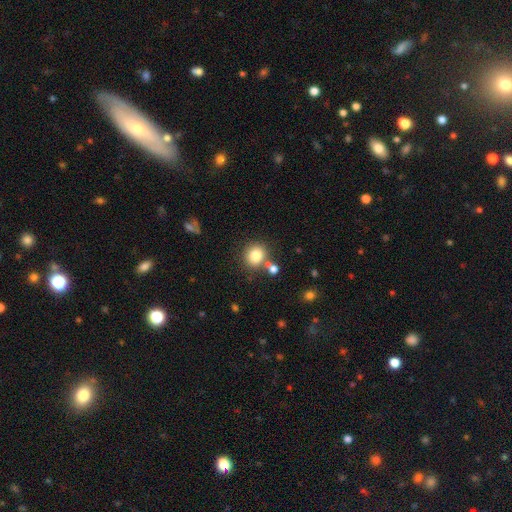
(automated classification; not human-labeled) Overall: smooth (81%). How rounded: round (81%). Merging: none (71%).